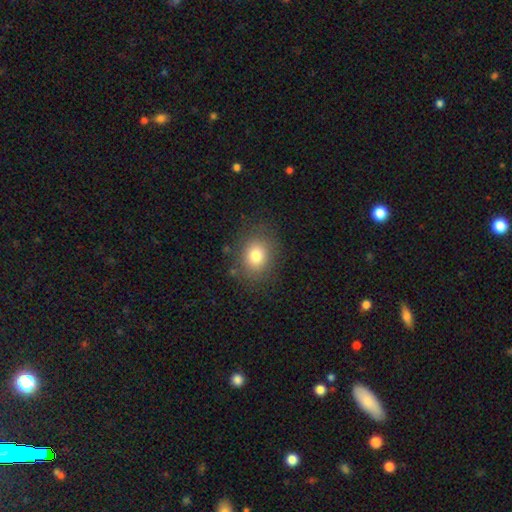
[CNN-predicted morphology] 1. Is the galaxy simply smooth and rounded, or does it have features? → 78% smooth, 12% star or artifact, 10% featured or disk.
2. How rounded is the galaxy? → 61% round, 38% in between, 1% cigar-shaped.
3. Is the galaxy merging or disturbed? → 84% none, 10% minor disturbance, 4% major disturbance, 2% merger.